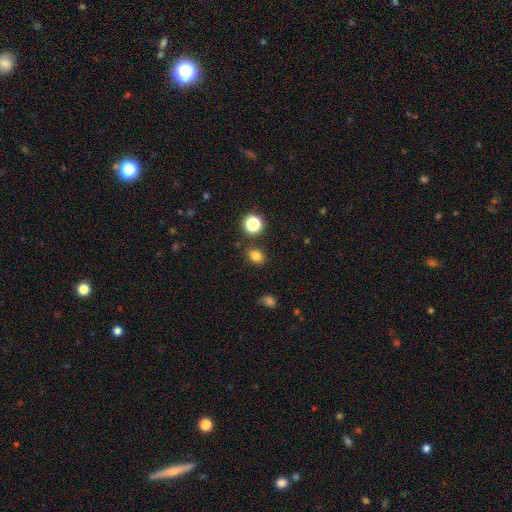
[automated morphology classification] The model was most divided on "how rounded": in between: 55%, round: 43%, cigar-shaped: 1%. More confident: merging — none (83%); smooth or featured — smooth (79%).